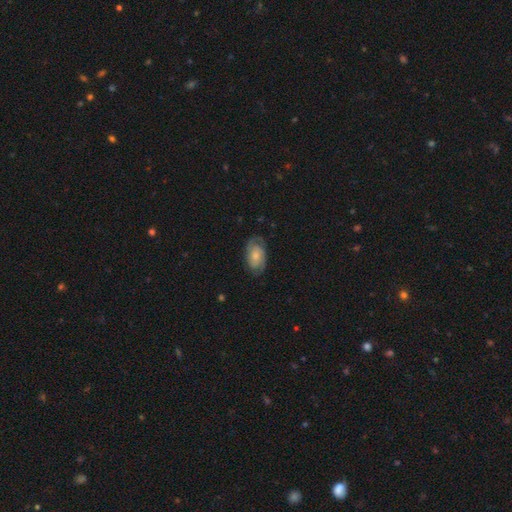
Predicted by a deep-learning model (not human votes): Q: Smooth or featured?
A: featured or disk (56%); runner-up: smooth (37%)
Q: Edge-on disk?
A: no (95%); runner-up: yes (5%)
Q: Bar?
A: no (70%); runner-up: weak (25%)
Q: Spiral arms?
A: yes (87%); runner-up: no (13%)
Q: Bulge size?
A: small (40%); runner-up: moderate (37%)
Q: Merging?
A: none (73%); runner-up: minor disturbance (19%)